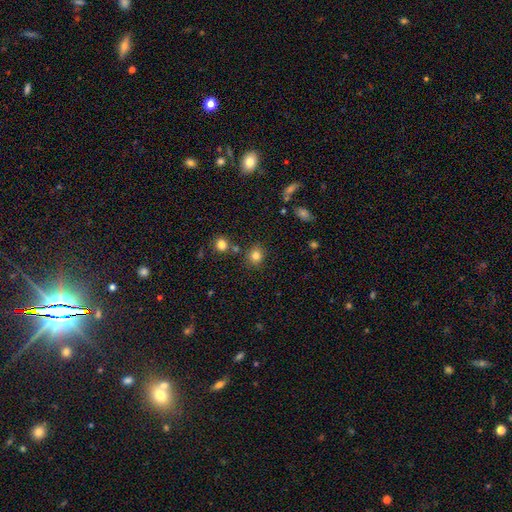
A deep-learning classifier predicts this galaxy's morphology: smooth-or-featured: smooth: 82% | star or artifact: 13% | featured or disk: 6%
  how-rounded: round: 84% | in between: 15% | cigar-shaped: 1%
  merging: none: 82% | minor disturbance: 9% | merger: 6% | major disturbance: 3%